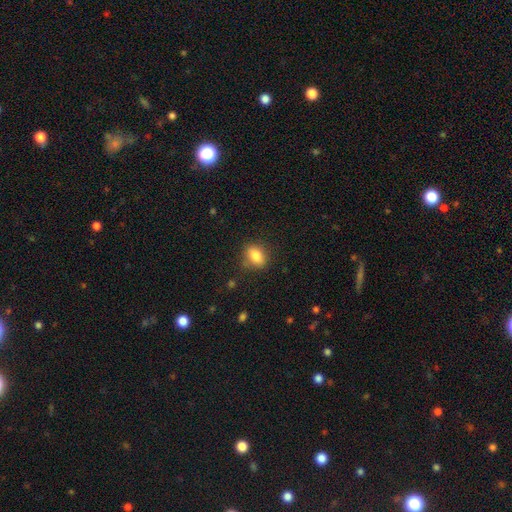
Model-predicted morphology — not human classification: smooth-or-featured: smooth: 83% | star or artifact: 9% | featured or disk: 8%
  how-rounded: in between: 71% | round: 27% | cigar-shaped: 2%
  merging: none: 81% | minor disturbance: 14% | major disturbance: 3% | merger: 2%